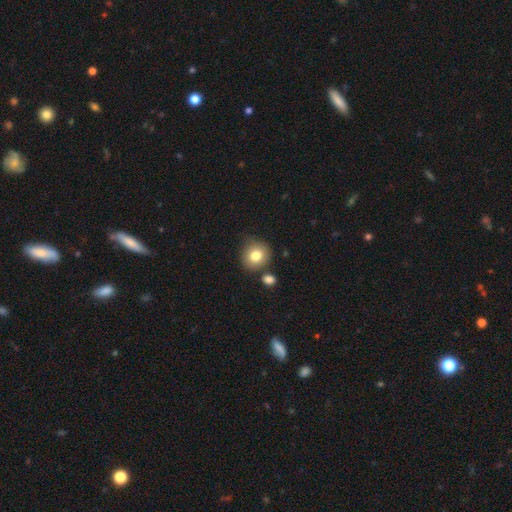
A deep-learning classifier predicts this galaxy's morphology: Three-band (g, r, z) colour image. It shows a smooth galaxy with no disk features (79%) that is round (86%). Merging: none (74%).